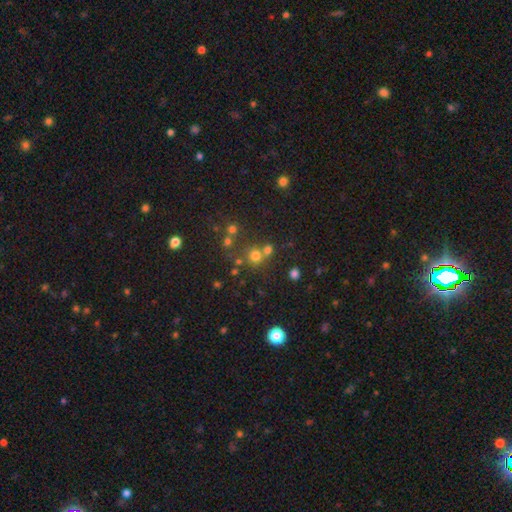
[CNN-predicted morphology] Smooth or featured? Predicted: smooth (p=0.68). How rounded? Predicted: round (p=0.88). Merging? Predicted: none (p=0.61).